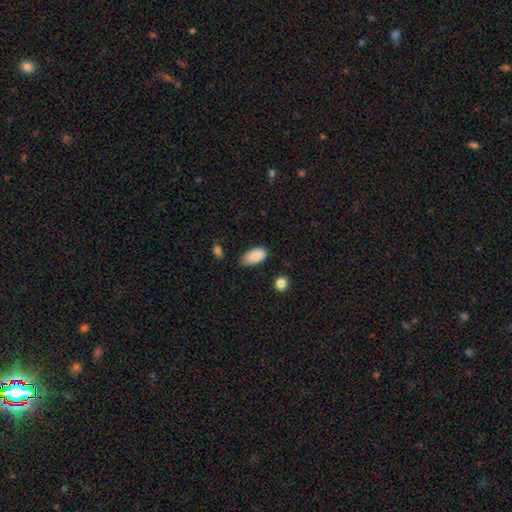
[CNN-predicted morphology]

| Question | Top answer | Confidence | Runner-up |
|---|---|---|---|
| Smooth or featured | smooth | 88% | star or artifact (7%) |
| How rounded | in between | 94% | cigar-shaped (3%) |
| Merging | none | 61% | minor disturbance (32%) |